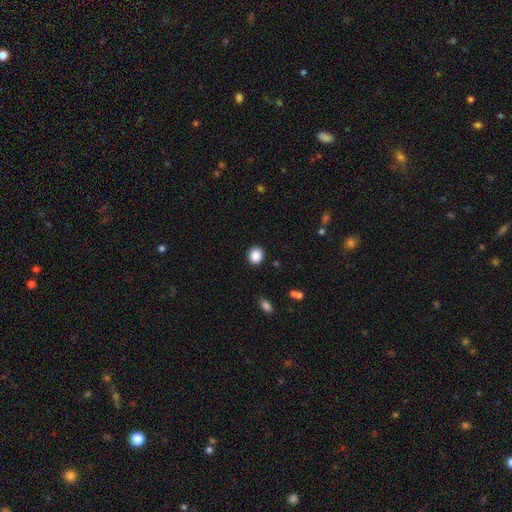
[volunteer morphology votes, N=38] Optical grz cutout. It shows a smooth galaxy with no disk features (92%) that is round (80%). Merging: none (100%).